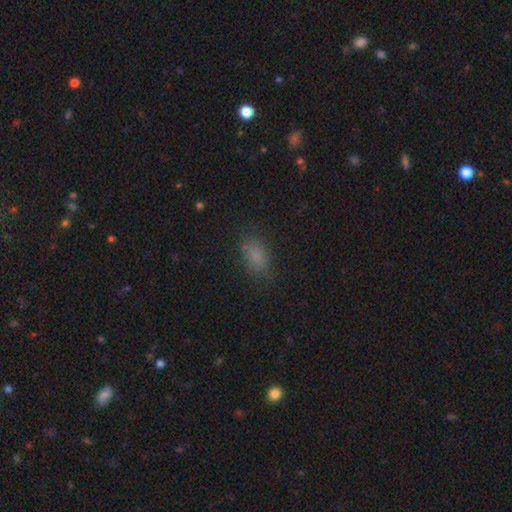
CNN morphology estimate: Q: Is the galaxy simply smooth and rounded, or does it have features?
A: smooth — 79%.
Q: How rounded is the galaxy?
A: in between — 85%.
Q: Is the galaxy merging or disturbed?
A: none — 80%.